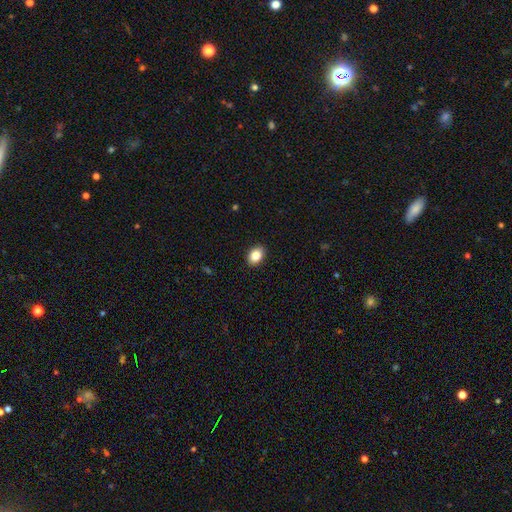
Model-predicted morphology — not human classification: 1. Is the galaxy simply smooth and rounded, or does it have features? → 86% smooth, 9% star or artifact, 5% featured or disk.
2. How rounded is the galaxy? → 75% in between, 24% round, 1% cigar-shaped.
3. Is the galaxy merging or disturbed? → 90% none, 7% minor disturbance, 2% major disturbance, 1% merger.